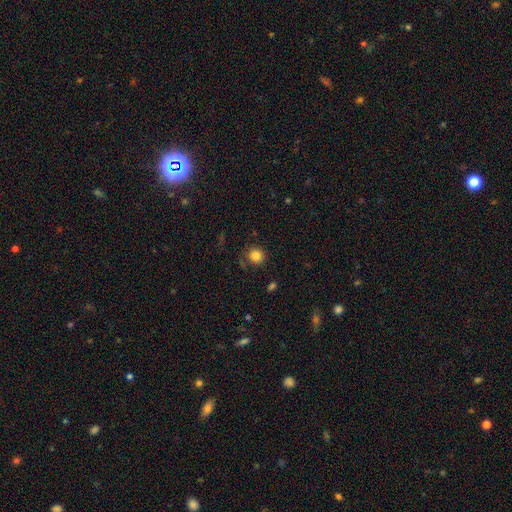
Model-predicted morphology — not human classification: A smooth galaxy with no disk features (83%) that is round (91%). Merging: none (84%).